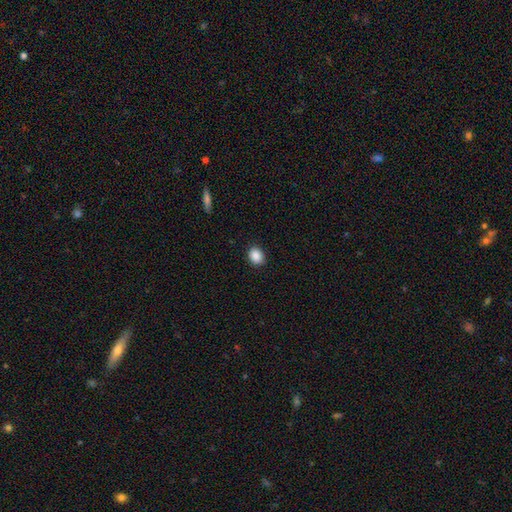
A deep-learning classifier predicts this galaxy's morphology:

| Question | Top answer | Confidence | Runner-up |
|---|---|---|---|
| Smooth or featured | smooth | 89% | star or artifact (9%) |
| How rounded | round | 58% | in between (41%) |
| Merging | none | 90% | minor disturbance (7%) |